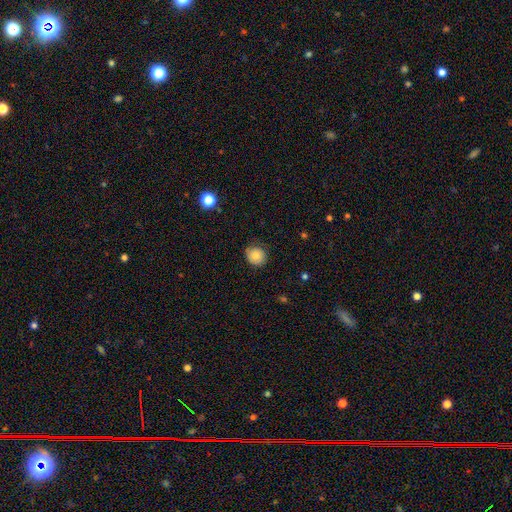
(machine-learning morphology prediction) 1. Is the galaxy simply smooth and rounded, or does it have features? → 81% smooth, 10% featured or disk, 9% star or artifact.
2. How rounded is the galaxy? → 85% round, 14% in between, 1% cigar-shaped.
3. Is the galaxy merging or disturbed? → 78% none, 17% minor disturbance, 3% major disturbance, 1% merger.